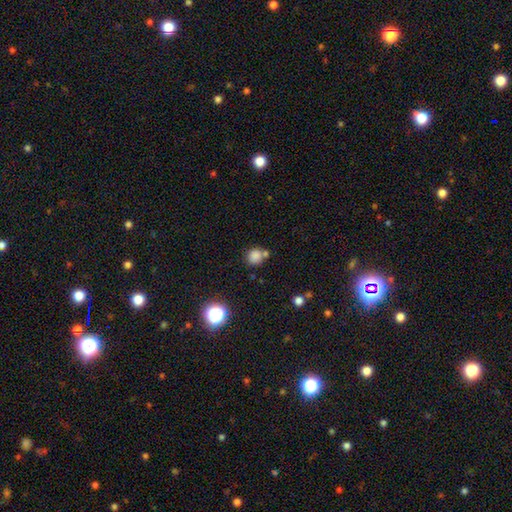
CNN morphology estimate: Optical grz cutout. It shows a smooth galaxy with no disk features (81%) that is round (86%). Merging: none (60%).